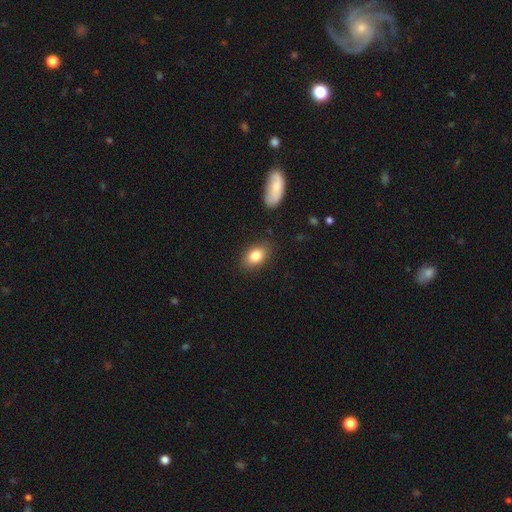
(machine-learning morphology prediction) Smooth or featured: smooth — 83% (featured or disk — 9%)
How rounded: in between — 85% (round — 12%)
Merging: none — 85% (minor disturbance — 11%)